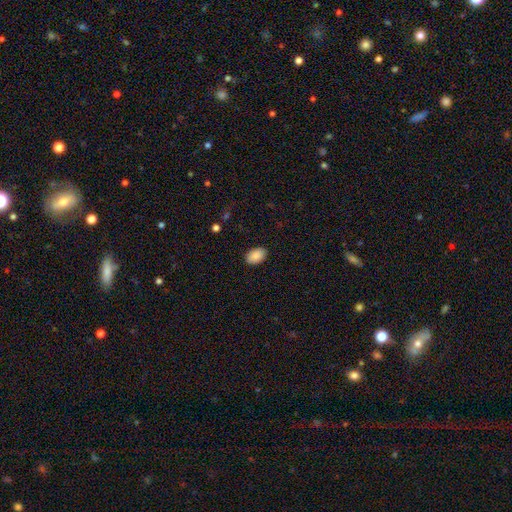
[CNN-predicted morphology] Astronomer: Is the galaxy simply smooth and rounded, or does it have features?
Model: smooth — 88%.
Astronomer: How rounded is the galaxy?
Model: in between — 90%.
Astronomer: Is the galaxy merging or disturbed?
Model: none — 89%.